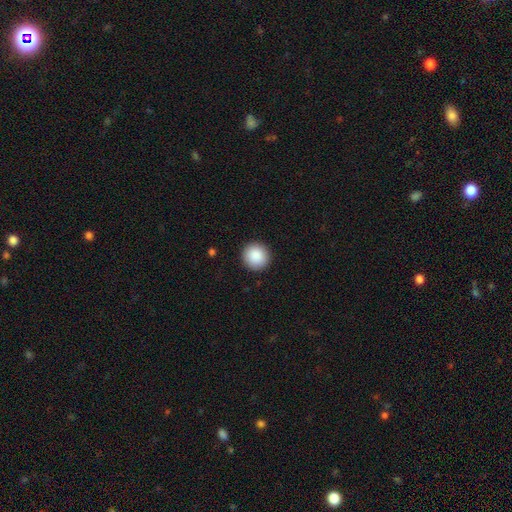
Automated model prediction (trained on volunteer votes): smooth-or-featured: smooth: 89% | star or artifact: 8% | featured or disk: 3%
  how-rounded: round: 94% | in between: 5% | cigar-shaped: 1%
  merging: none: 92% | minor disturbance: 5% | major disturbance: 2% | merger: 1%